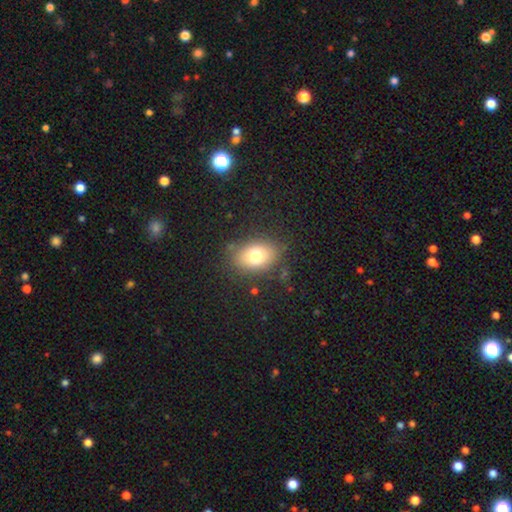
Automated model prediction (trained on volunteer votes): Overall: smooth (75%). How rounded: in between (74%). Merging: none (80%).